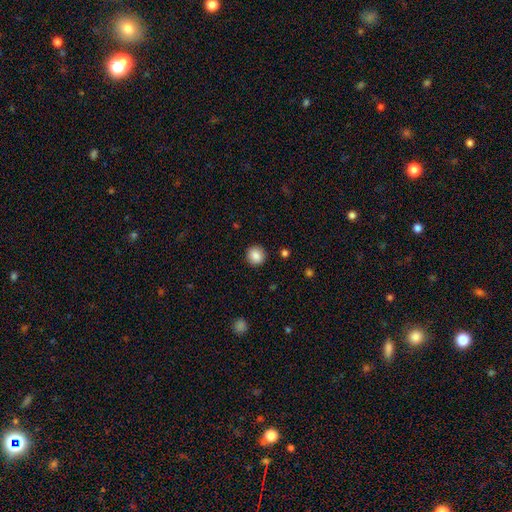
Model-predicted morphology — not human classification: This appears to be a smooth galaxy with no disk features (87%) that is round (93%). Merging: none (92%).